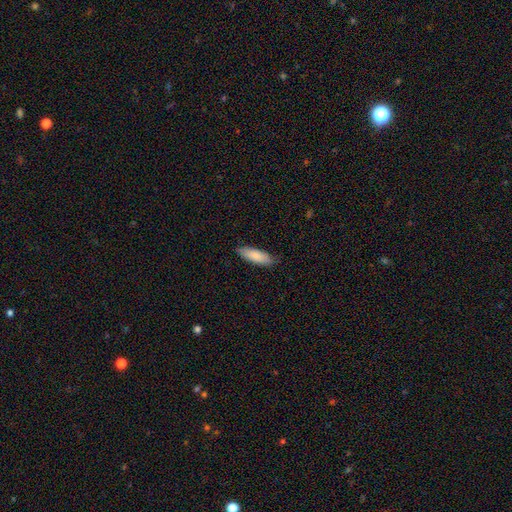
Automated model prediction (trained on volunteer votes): smooth 84%, featured or disk 10%, star or artifact 5%. Down the decision tree: how rounded — in between (57%); merging — none (85%).